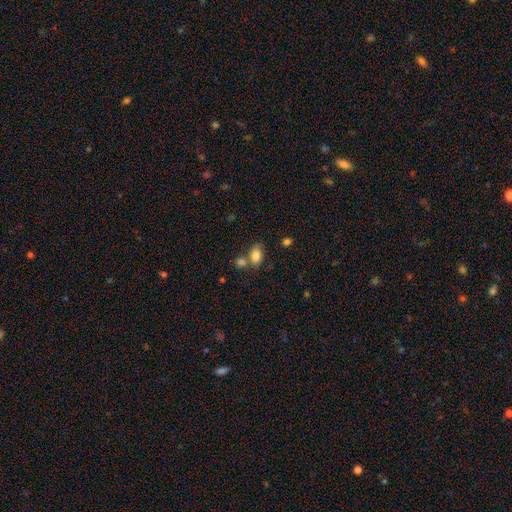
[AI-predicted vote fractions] smooth_or_featured: smooth (p=0.83) [alt: star or artifact p=0.09]
how_rounded: in between (p=0.86) [alt: round p=0.12]
merging: none (p=0.49) [alt: merger p=0.31]